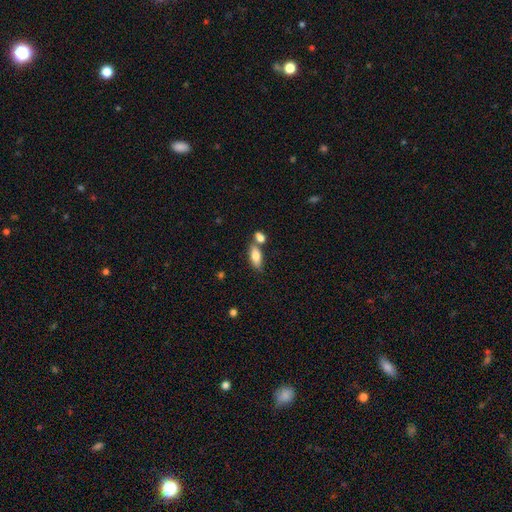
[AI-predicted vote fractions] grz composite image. It shows a smooth galaxy with no disk features (76%) that is in between round and cigar-shaped (78%). Merging: none (56%).